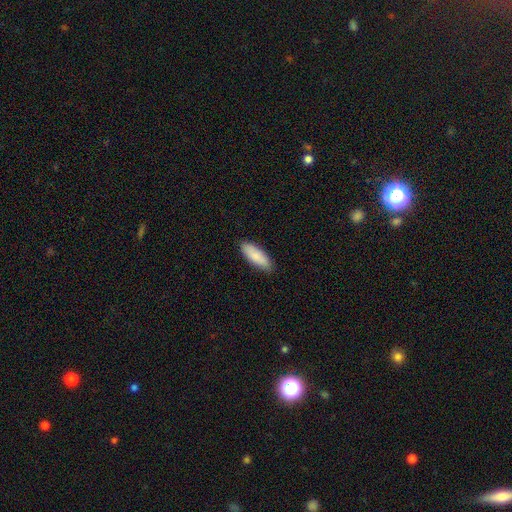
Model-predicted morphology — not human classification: smooth 86%, featured or disk 9%, star or artifact 5%. Down the decision tree: how rounded — in between (66%); merging — none (86%).